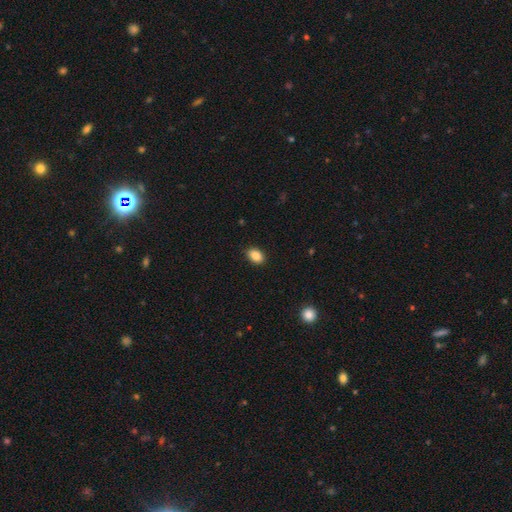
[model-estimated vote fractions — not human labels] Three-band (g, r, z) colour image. It shows a smooth galaxy with no disk features (87%) that is in between round and cigar-shaped (84%). Merging: none (89%).